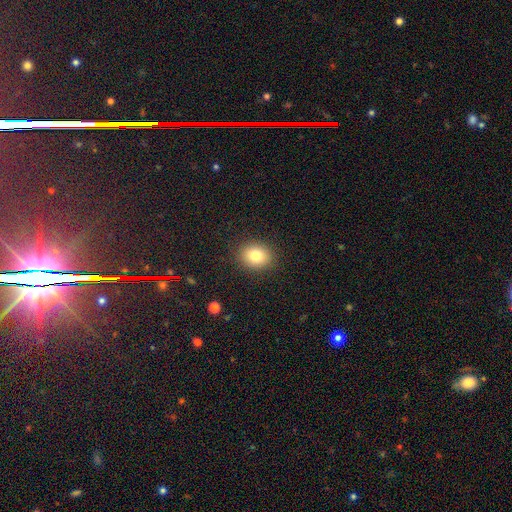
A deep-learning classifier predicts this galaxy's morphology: smooth 81%, star or artifact 10%, featured or disk 9%. Down the decision tree: how rounded — round (54%); merging — none (89%).